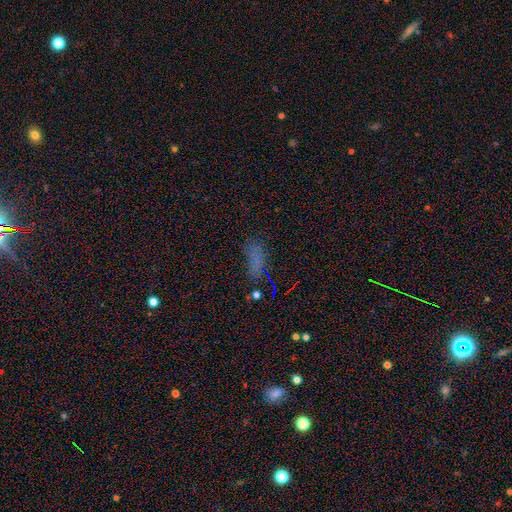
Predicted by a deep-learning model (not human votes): smooth 50%, star or artifact 37%, featured or disk 13%. Down the decision tree: how rounded — in between (74%); merging — none (52%).